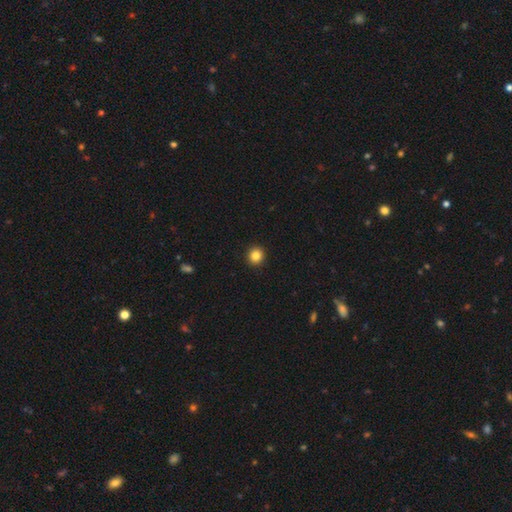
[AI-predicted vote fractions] Smooth or featured?
  - smooth: 84% *
  - star or artifact: 11%
  - featured or disk: 5%
How rounded?
  - round: 92% *
  - in between: 7%
  - cigar-shaped: 1%
Merging?
  - none: 94% *
  - minor disturbance: 4%
  - major disturbance: 1%
  - merger: 1%